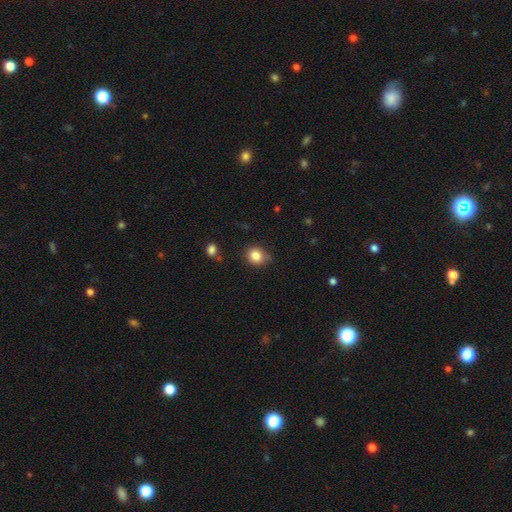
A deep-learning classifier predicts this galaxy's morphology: Smooth or featured?
  - smooth: 84% *
  - star or artifact: 10%
  - featured or disk: 6%
How rounded?
  - round: 71% *
  - in between: 28%
  - cigar-shaped: 1%
Merging?
  - none: 75% *
  - minor disturbance: 18%
  - major disturbance: 4%
  - merger: 3%